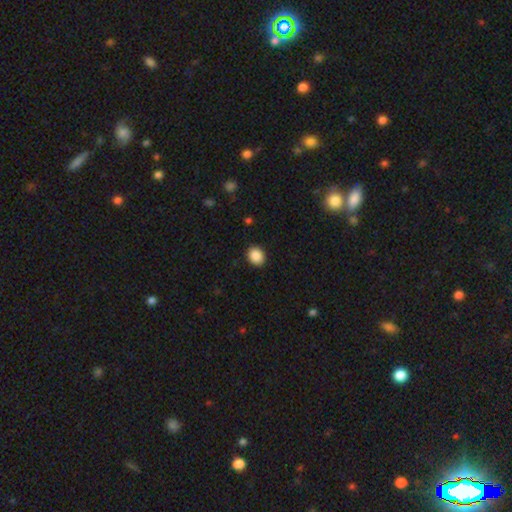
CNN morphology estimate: smooth_or_featured: smooth (p=0.89) [alt: star or artifact p=0.08]
how_rounded: round (p=0.60) [alt: in between p=0.40]
merging: none (p=0.90) [alt: minor disturbance p=0.07]